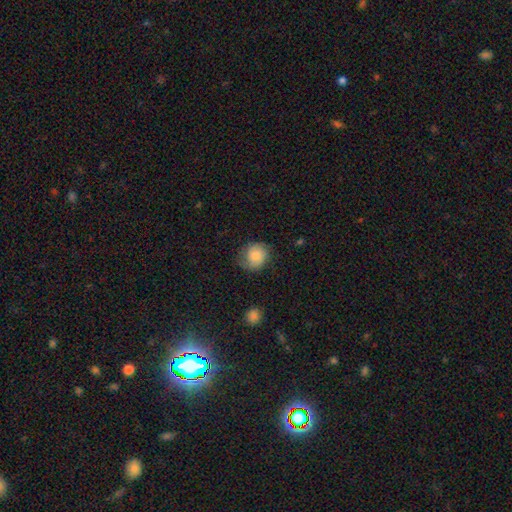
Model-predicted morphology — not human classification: Smooth or featured?
  - smooth: 76% *
  - featured or disk: 16%
  - star or artifact: 8%
How rounded?
  - round: 80% *
  - in between: 19%
  - cigar-shaped: 1%
Merging?
  - none: 63% *
  - minor disturbance: 27%
  - major disturbance: 9%
  - merger: 1%